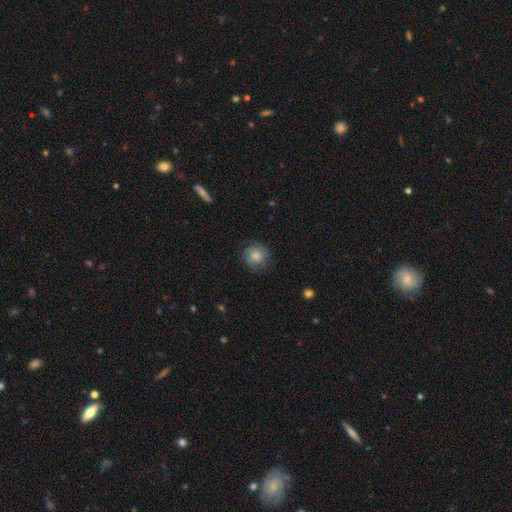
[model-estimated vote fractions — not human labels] Q: Smooth or featured?
A: smooth (75%); runner-up: featured or disk (17%)
Q: How rounded?
A: round (90%); runner-up: in between (9%)
Q: Merging?
A: none (76%); runner-up: minor disturbance (17%)